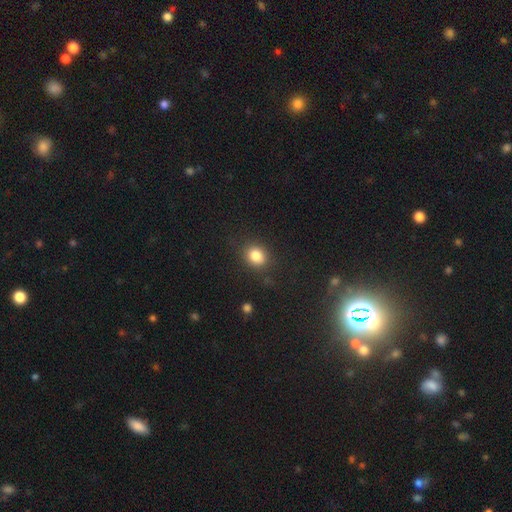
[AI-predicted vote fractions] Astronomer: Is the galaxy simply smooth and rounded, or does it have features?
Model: smooth — 83%.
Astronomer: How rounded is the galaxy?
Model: round — 61% (runner-up: in between, 38%).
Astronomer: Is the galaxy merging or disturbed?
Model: none — 84%.